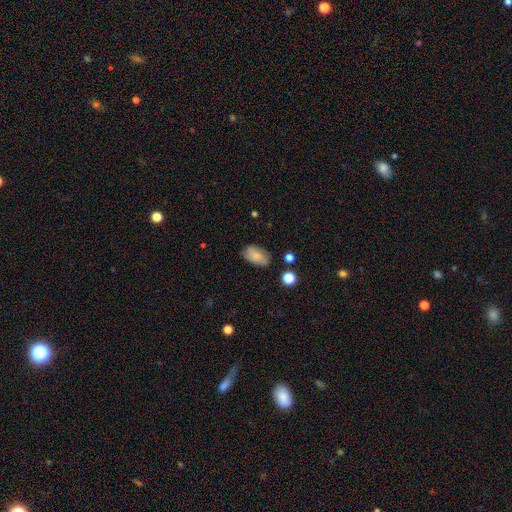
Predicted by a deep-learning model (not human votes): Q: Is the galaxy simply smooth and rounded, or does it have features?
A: smooth — 72%.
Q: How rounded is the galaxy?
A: in between — 91%.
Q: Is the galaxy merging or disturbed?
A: none — 75%.